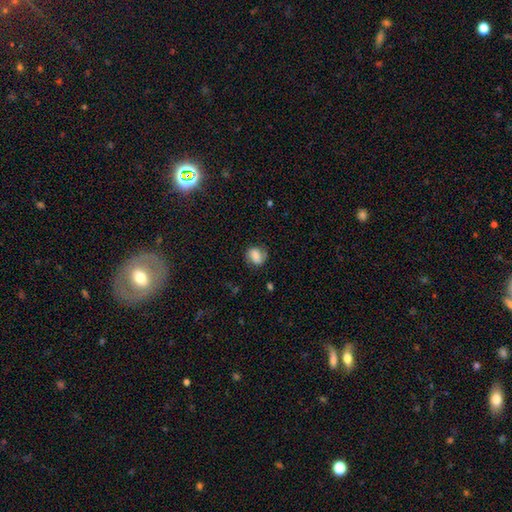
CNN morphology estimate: Overall: smooth (60%; featured or disk 30%). How rounded: round (64%; in between 34%). Merging: none (69%).